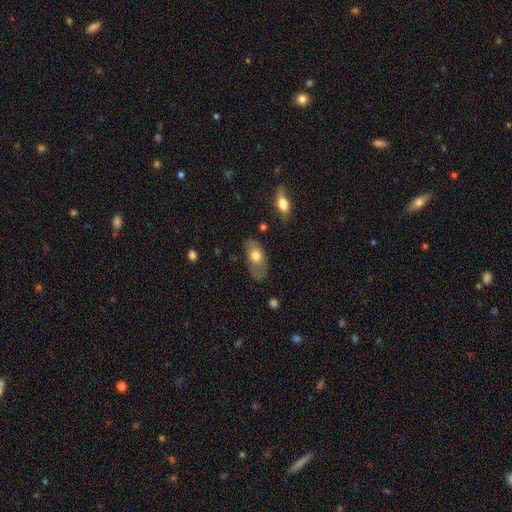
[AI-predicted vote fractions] A smooth galaxy with no disk features (62%) that is in between round and cigar-shaped (90%).

Vote fractions:
- Smooth or featured? smooth: 62% / featured or disk: 32% / star or artifact: 6%
- How rounded? in between: 90% / round: 6% / cigar-shaped: 4%
- Merging? none: 66% / minor disturbance: 23% / major disturbance: 9% / merger: 2%